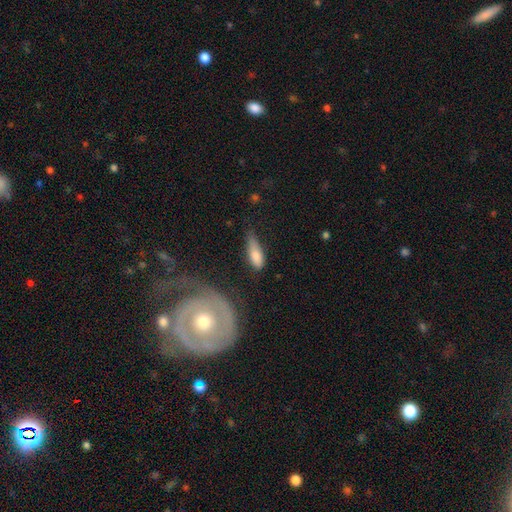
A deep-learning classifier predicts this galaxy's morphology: type=smooth (76%); roundness=in between (71%); merging=none (42%).